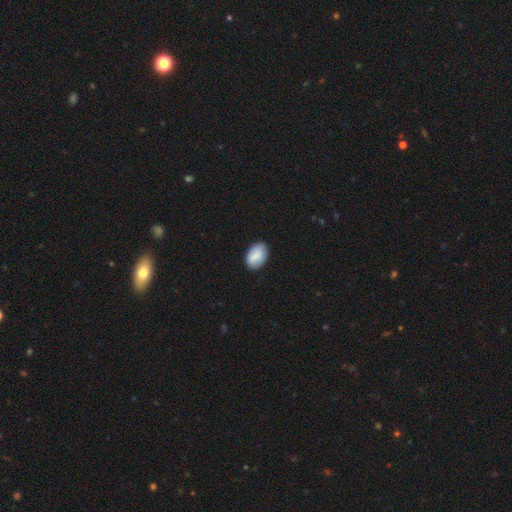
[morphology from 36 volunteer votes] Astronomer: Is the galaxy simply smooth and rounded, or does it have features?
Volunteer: smooth — 81%.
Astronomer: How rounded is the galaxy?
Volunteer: in between — 86%.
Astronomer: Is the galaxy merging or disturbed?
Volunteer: none — 82%.